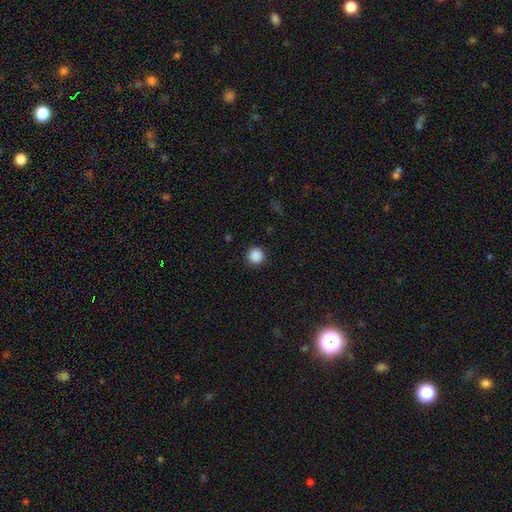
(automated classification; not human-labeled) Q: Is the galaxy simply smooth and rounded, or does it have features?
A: smooth — 88%.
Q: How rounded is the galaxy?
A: round — 96%.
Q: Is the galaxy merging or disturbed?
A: none — 91%.